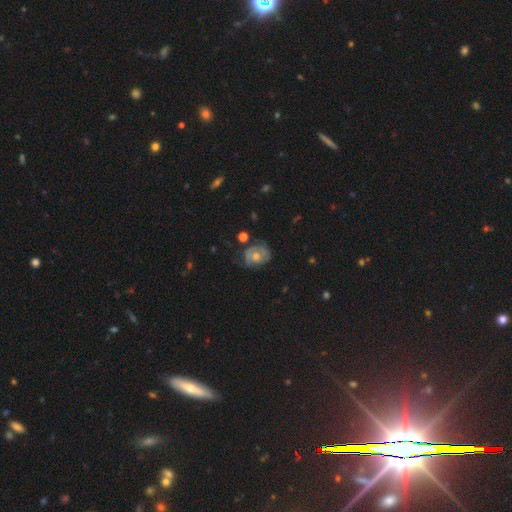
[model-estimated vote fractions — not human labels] featured or disk 66%, smooth 26%, star or artifact 8%. Down the decision tree: edge-on disk — no (97%); bar — no (75%); spiral arms — yes (78%); bulge size — moderate (67%); merging — none (63%).